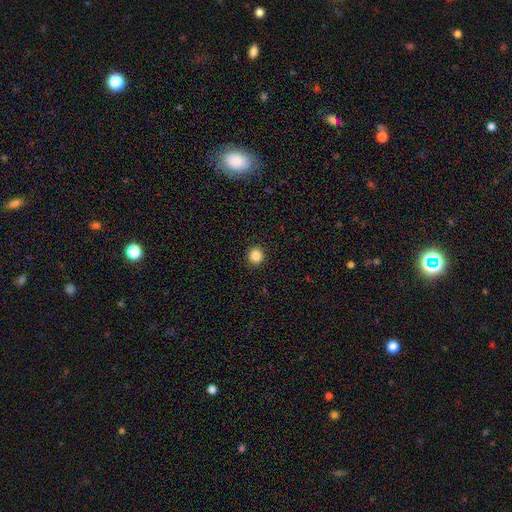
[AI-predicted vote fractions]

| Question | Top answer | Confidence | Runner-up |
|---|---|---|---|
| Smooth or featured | smooth | 85% | star or artifact (11%) |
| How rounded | round | 94% | in between (5%) |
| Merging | none | 93% | minor disturbance (5%) |